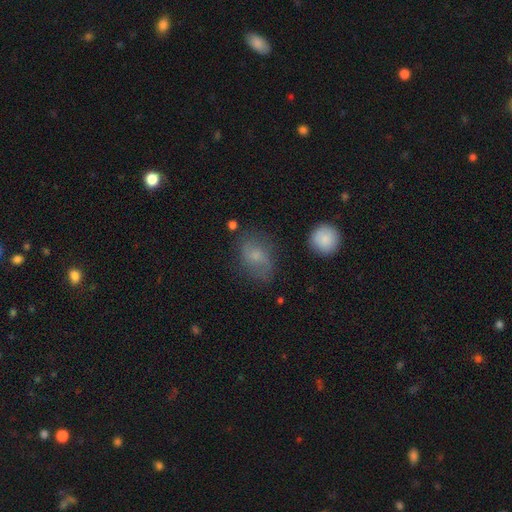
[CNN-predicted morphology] smooth-or-featured: smooth: 56% | featured or disk: 33% | star or artifact: 12%
  how-rounded: in between: 73% | round: 25% | cigar-shaped: 2%
  merging: none: 64% | minor disturbance: 23% | major disturbance: 10% | merger: 3%